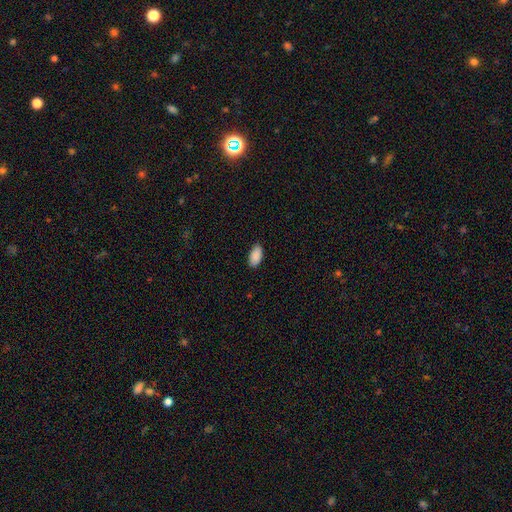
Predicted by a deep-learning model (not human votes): smooth-or-featured: smooth: 90% | star or artifact: 7% | featured or disk: 3%
  how-rounded: in between: 95% | cigar-shaped: 3% | round: 3%
  merging: none: 85% | minor disturbance: 12% | major disturbance: 2% | merger: 1%